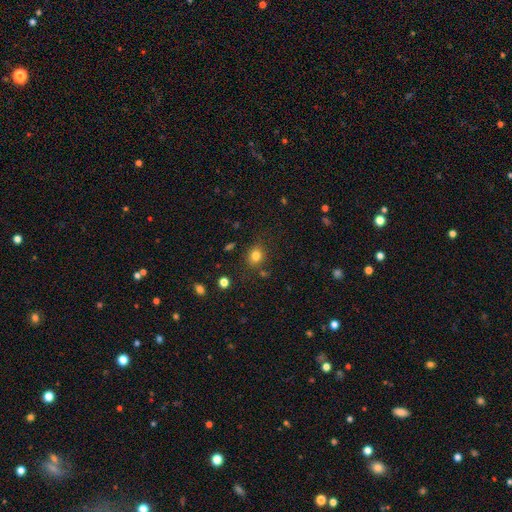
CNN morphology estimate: Q: Smooth or featured?
A: smooth (80%); runner-up: star or artifact (13%)
Q: How rounded?
A: round (67%); runner-up: in between (32%)
Q: Merging?
A: none (80%); runner-up: minor disturbance (12%)